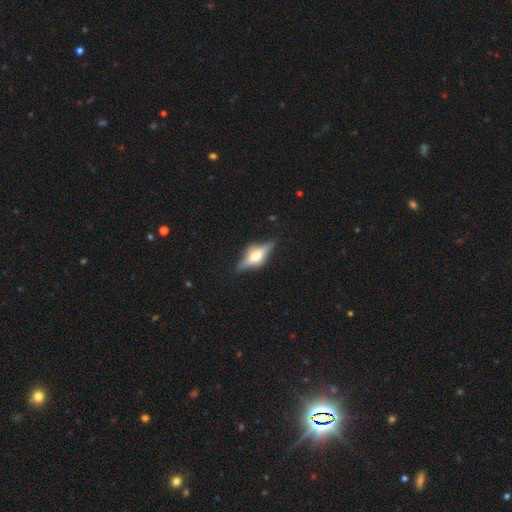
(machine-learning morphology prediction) type=featured or disk (68%); edge-on=yes (93%); edge-on bulge=rounded (91%); merging=none (81%).